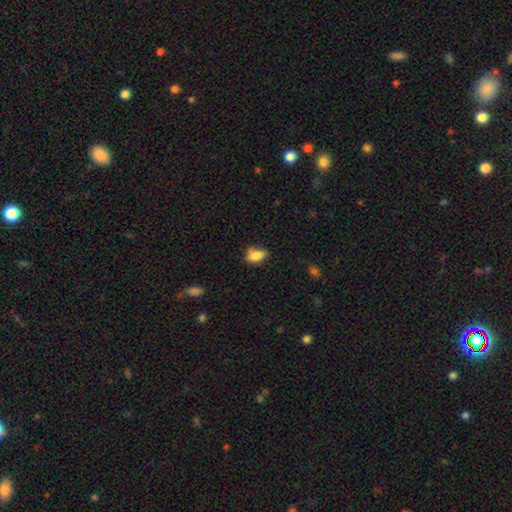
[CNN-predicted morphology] smooth-or-featured: smooth: 77% | featured or disk: 13% | star or artifact: 9%
  how-rounded: in between: 85% | round: 8% | cigar-shaped: 7%
  merging: none: 56% | minor disturbance: 28% | merger: 9% | major disturbance: 7%